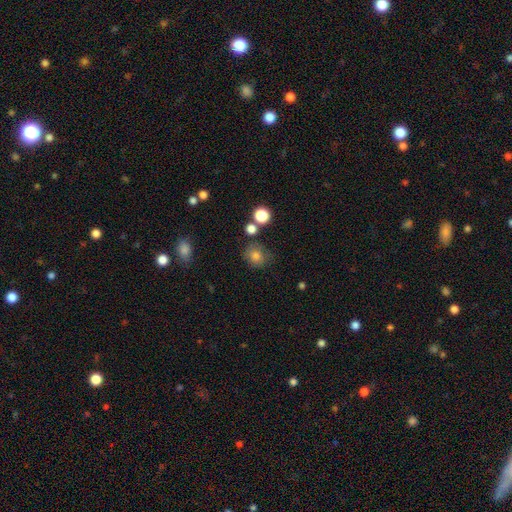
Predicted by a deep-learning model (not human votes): smooth-or-featured: smooth: 79% | star or artifact: 13% | featured or disk: 8%
  how-rounded: round: 80% | in between: 19% | cigar-shaped: 1%
  merging: none: 72% | minor disturbance: 15% | merger: 8% | major disturbance: 5%